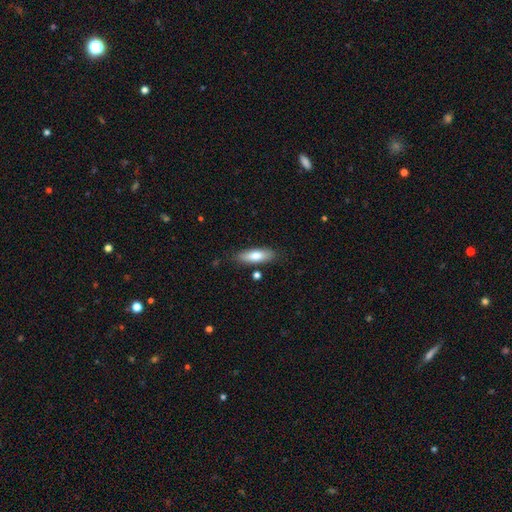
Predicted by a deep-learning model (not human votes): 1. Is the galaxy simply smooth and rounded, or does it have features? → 75% smooth, 18% featured or disk, 6% star or artifact.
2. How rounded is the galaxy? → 56% in between, 42% cigar-shaped, 2% round.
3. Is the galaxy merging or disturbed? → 82% none, 12% minor disturbance, 3% merger, 3% major disturbance.